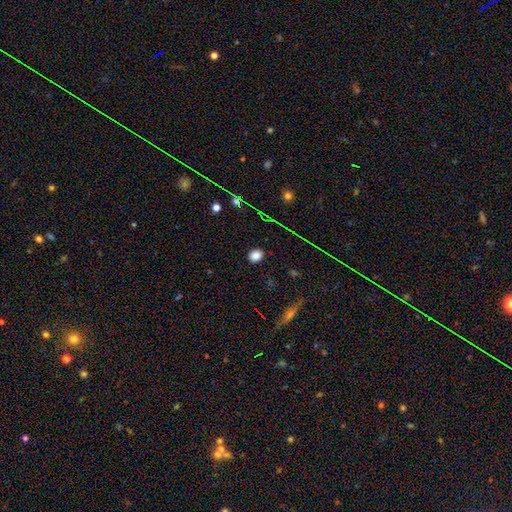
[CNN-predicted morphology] This appears to be a smooth galaxy with no disk features (82%) that is in between round and cigar-shaped (50%). Merging: none (89%).